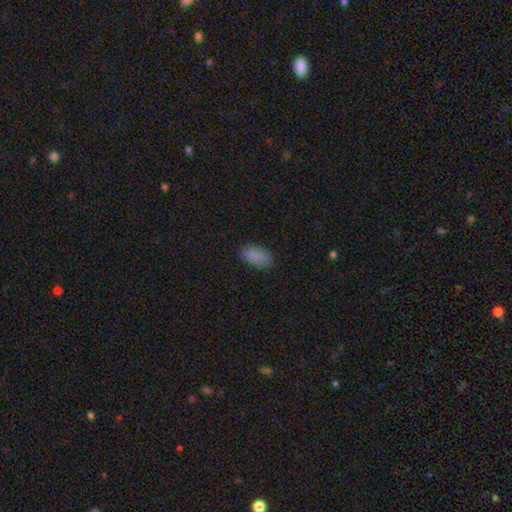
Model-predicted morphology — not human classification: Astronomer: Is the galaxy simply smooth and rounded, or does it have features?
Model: smooth — 87%.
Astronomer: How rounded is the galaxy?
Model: in between — 93%.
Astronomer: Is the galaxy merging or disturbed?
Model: none — 82%.